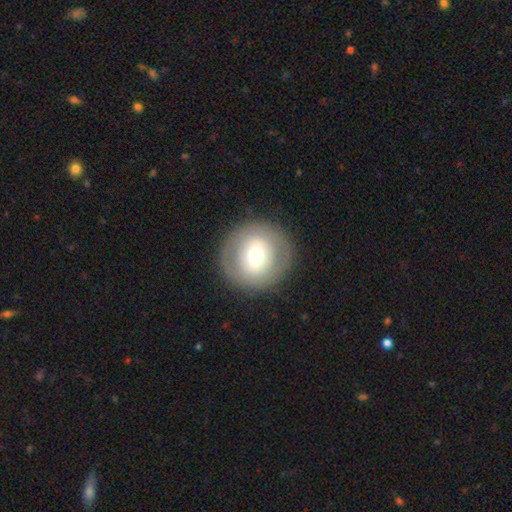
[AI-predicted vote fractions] Q: Smooth or featured?
A: smooth (56%); runner-up: featured or disk (36%)
Q: How rounded?
A: round (93%); runner-up: in between (6%)
Q: Merging?
A: none (88%); runner-up: minor disturbance (7%)